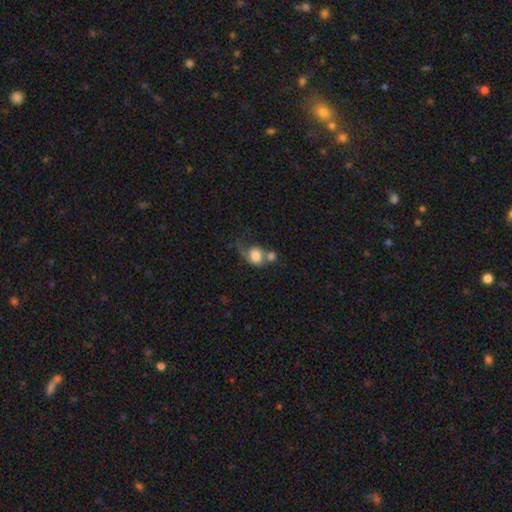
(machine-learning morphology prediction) Smooth or featured? Predicted: smooth (p=0.72). How rounded? Predicted: round (p=0.68). Merging? Predicted: merger (p=0.50).